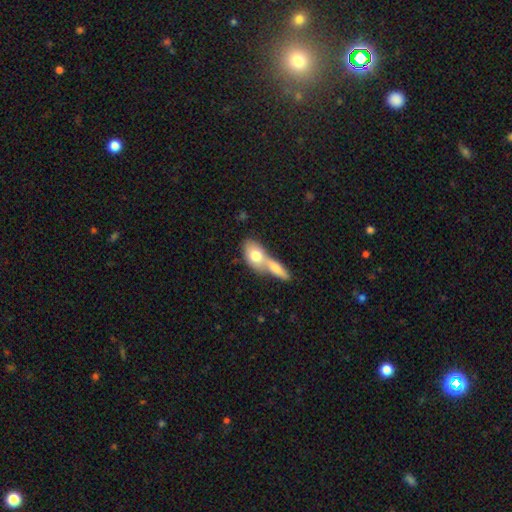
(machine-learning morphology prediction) smooth-or-featured: smooth: 72% | featured or disk: 22% | star or artifact: 6%
  how-rounded: in between: 79% | round: 12% | cigar-shaped: 9%
  merging: merger: 70% | none: 19% | minor disturbance: 7% | major disturbance: 4%